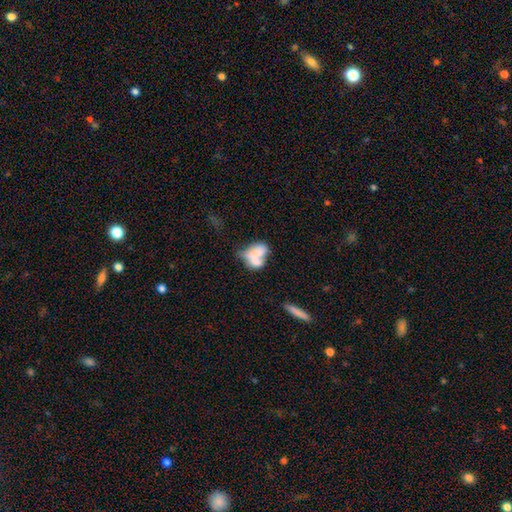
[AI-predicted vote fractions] smooth-or-featured: smooth: 64% | featured or disk: 27% | star or artifact: 9%
  how-rounded: in between: 80% | round: 16% | cigar-shaped: 4%
  merging: merger: 49% | none: 20% | major disturbance: 16% | minor disturbance: 14%